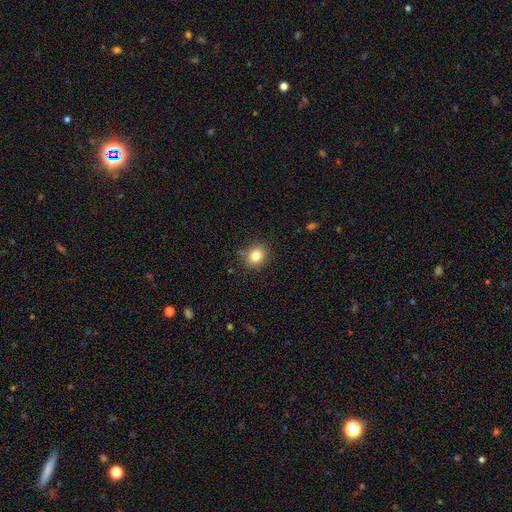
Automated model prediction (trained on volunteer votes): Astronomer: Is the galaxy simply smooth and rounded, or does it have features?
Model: smooth — 82%.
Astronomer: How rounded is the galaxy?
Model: round — 73%.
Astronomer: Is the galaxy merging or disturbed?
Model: none — 80%.